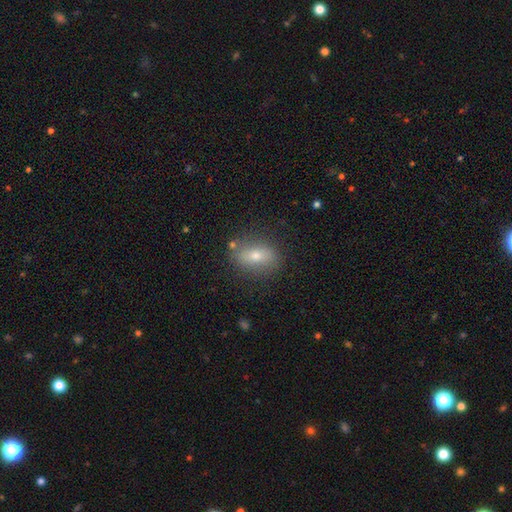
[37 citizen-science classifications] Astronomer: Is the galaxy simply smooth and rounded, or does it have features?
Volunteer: smooth — 73%.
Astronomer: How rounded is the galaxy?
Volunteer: in between — 70%.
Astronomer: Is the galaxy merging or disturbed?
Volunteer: none — 80%.